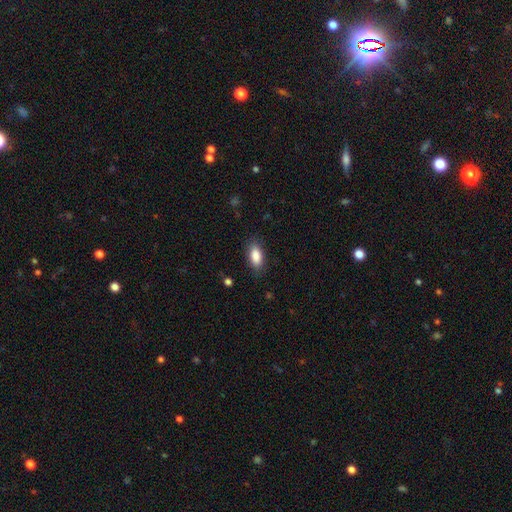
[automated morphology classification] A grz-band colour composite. It shows a smooth galaxy with no disk features (87%) that is in between round and cigar-shaped (88%). Merging: none (83%).